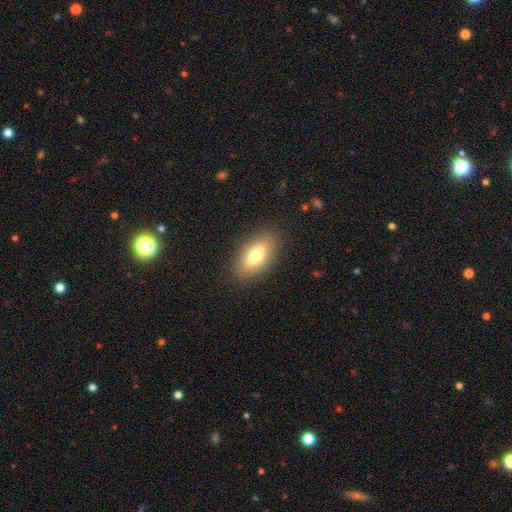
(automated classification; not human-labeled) smooth_or_featured: smooth (p=0.66) [alt: featured or disk p=0.26]
how_rounded: in between (p=0.79) [alt: cigar-shaped p=0.17]
merging: none (p=0.86) [alt: minor disturbance p=0.09]